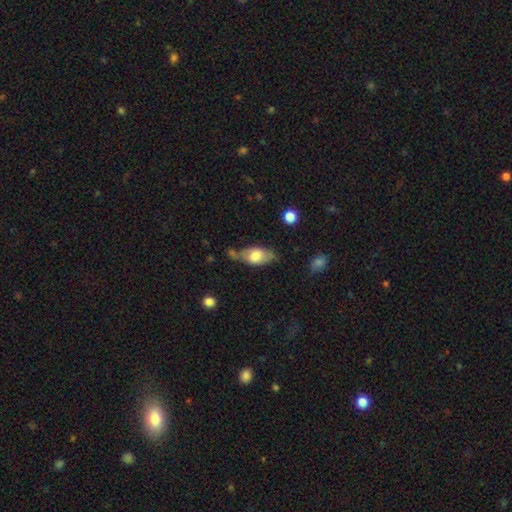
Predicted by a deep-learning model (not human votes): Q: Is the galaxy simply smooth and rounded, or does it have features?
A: smooth — 65%.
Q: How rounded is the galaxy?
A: in between — 88%.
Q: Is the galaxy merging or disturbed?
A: none — 50%.